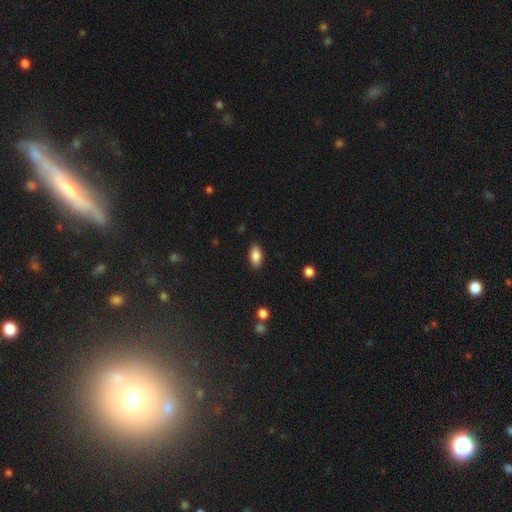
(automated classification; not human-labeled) smooth 85%, featured or disk 8%, star or artifact 8%. Down the decision tree: how rounded — in between (91%); merging — none (87%).